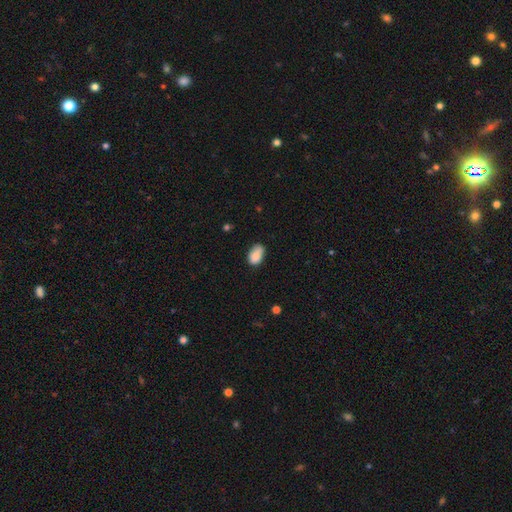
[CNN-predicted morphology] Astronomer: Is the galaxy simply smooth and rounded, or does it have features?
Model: smooth — 83%.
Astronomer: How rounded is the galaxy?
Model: in between — 90%.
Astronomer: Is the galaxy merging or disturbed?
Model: none — 61%.